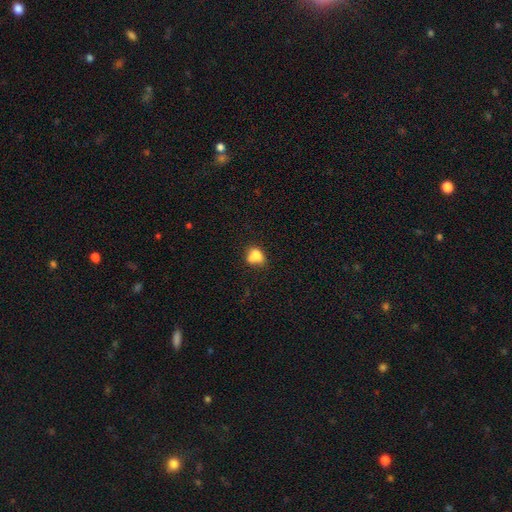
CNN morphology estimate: This appears to be a smooth galaxy with no disk features (75%) that is in between round and cigar-shaped (53%). Merging: none (40%).